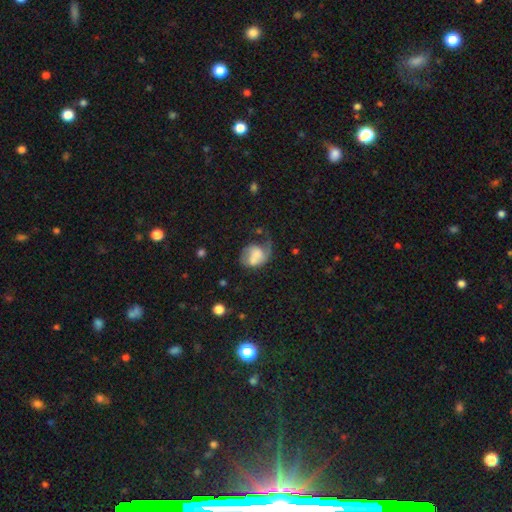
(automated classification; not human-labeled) A smooth galaxy with no disk features (48%). Merging: major disturbance (38%).